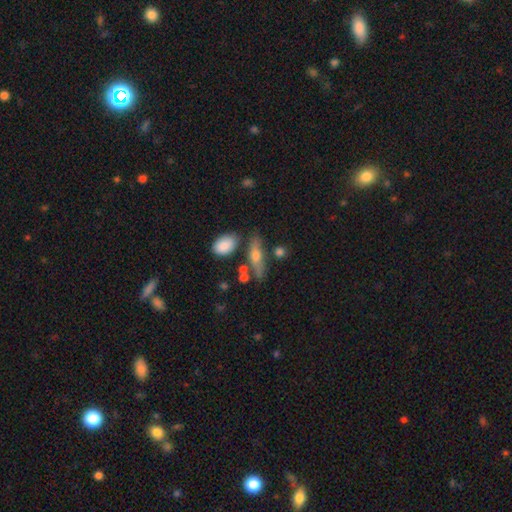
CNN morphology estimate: Smooth or featured? Predicted: smooth (p=0.51). How rounded? Predicted: cigar-shaped (p=0.53). Merging? Predicted: none (p=0.70).